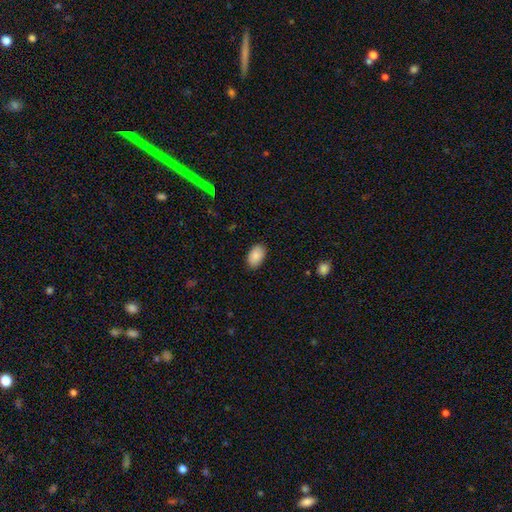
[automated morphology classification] This appears to be a smooth galaxy with no disk features (89%) that is in between round and cigar-shaped (93%). Merging: none (87%).